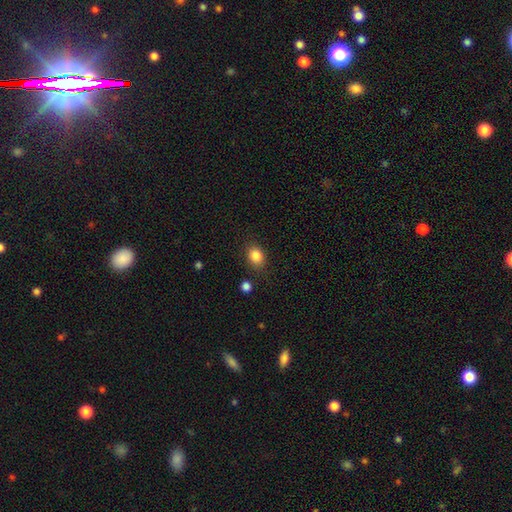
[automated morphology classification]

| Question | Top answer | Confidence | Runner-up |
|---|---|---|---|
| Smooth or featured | smooth | 85% | star or artifact (10%) |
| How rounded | in between | 50% | round (48%) |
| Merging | none | 82% | minor disturbance (12%) |